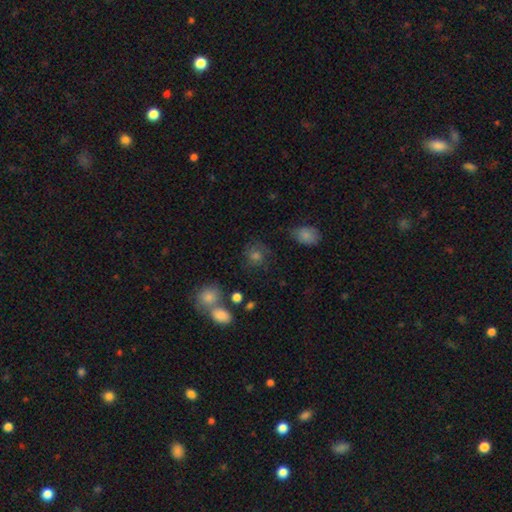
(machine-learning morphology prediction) Overall: smooth (65%). How rounded: round (78%). Merging: none (68%).